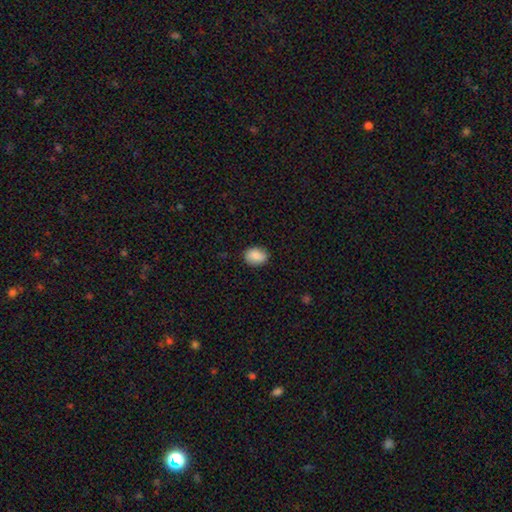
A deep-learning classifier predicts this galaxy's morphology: smooth-or-featured: smooth: 86% | star or artifact: 8% | featured or disk: 6%
  how-rounded: in between: 59% | round: 40% | cigar-shaped: 1%
  merging: none: 85% | minor disturbance: 11% | major disturbance: 2% | merger: 1%